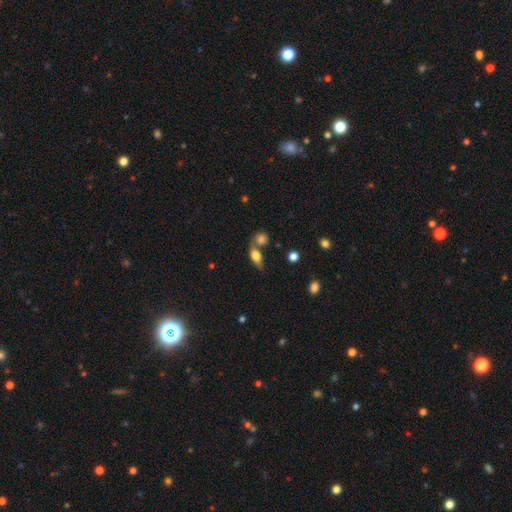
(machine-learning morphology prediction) Smooth or featured: smooth — 69% (featured or disk — 21%)
How rounded: in between — 71% (cigar-shaped — 17%)
Merging: none — 46% (merger — 32%)